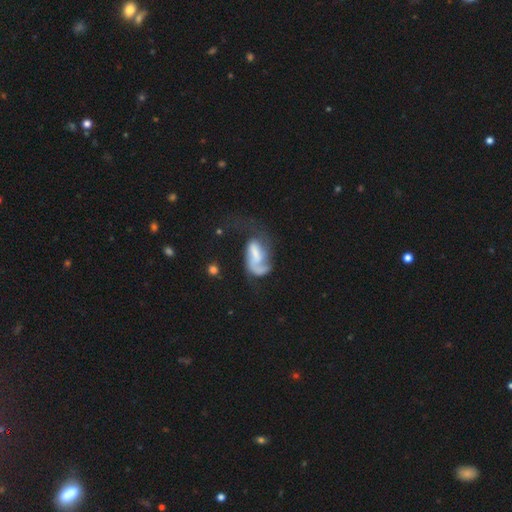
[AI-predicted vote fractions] featured or disk 59%, smooth 33%, star or artifact 8%. Down the decision tree: edge-on disk — no (96%); bar — no (45%); spiral arms — yes (74%); bulge size — none (33%); merging — major disturbance (54%).